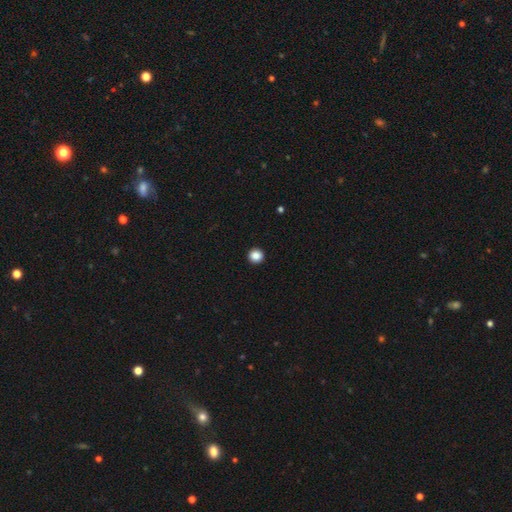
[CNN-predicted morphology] This appears to be a smooth galaxy with no disk features (87%) that is round (95%). Merging: none (94%).